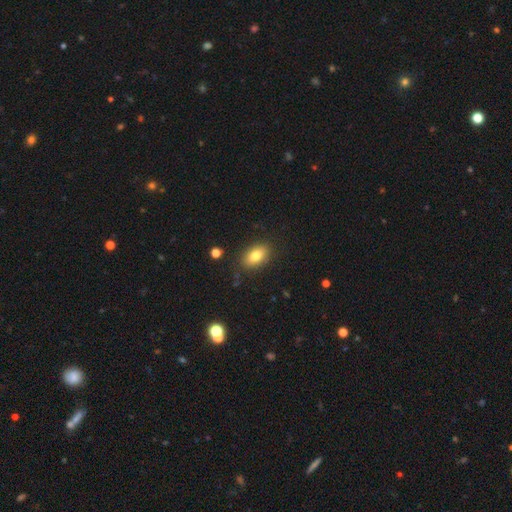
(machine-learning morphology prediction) Smooth or featured: smooth — 81% (featured or disk — 11%)
How rounded: in between — 88% (round — 9%)
Merging: none — 85% (minor disturbance — 10%)